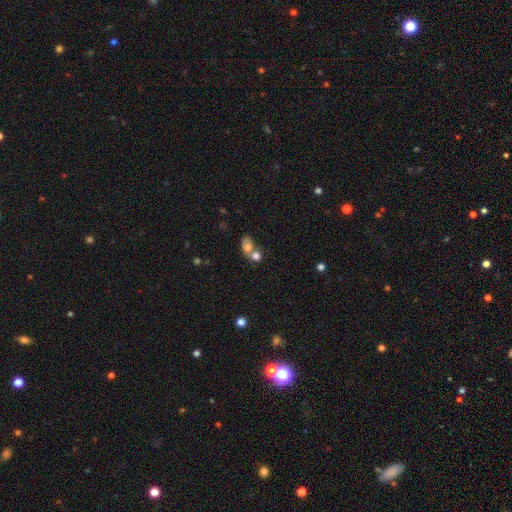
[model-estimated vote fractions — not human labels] Q: Smooth or featured?
A: smooth (77%); runner-up: featured or disk (12%)
Q: How rounded?
A: in between (52%); runner-up: round (45%)
Q: Merging?
A: merger (56%); runner-up: none (31%)